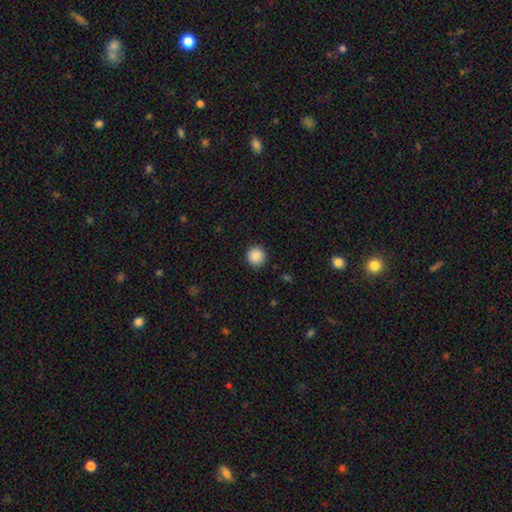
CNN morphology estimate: Smooth or featured: smooth — 89% (star or artifact — 9%)
How rounded: round — 95% (in between — 4%)
Merging: none — 91% (minor disturbance — 6%)